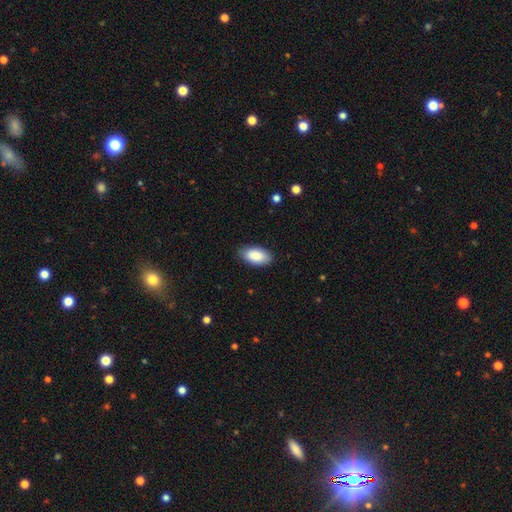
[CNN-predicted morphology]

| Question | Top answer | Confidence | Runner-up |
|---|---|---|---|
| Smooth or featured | smooth | 89% | star or artifact (6%) |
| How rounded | in between | 95% | round (3%) |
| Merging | none | 86% | minor disturbance (11%) |